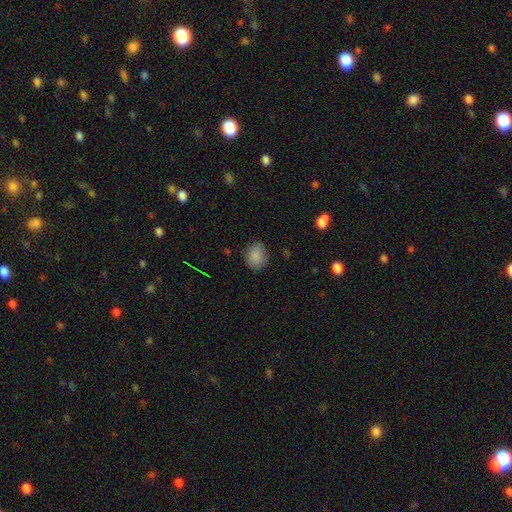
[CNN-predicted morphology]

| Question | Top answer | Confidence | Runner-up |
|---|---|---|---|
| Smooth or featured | smooth | 87% | star or artifact (9%) |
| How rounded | in between | 54% | round (45%) |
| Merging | none | 82% | minor disturbance (13%) |